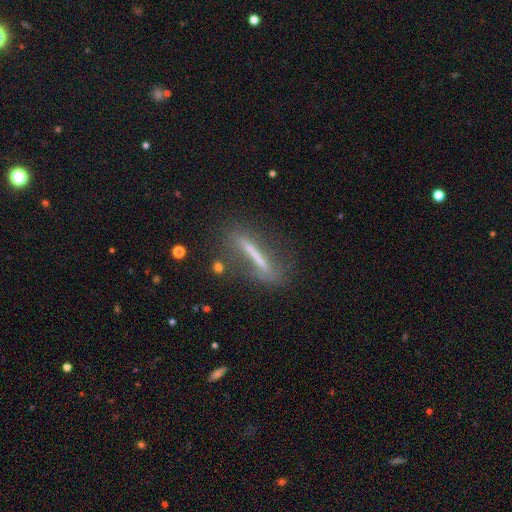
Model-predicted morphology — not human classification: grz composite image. It shows a featured or disk galaxy (48%). Merging: none (69%).